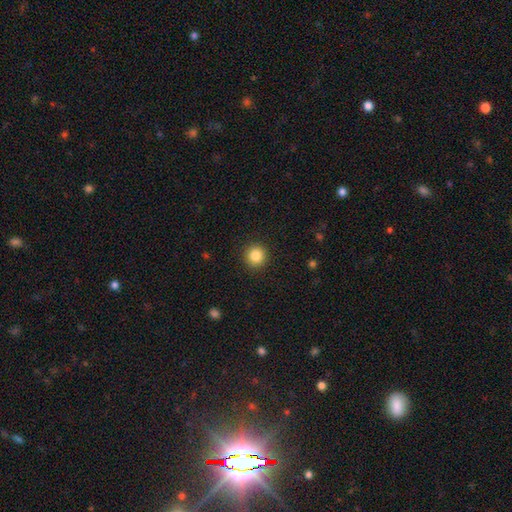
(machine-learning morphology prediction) Smooth or featured? smooth (85%)
How rounded? round (94%)
Merging? none (92%)